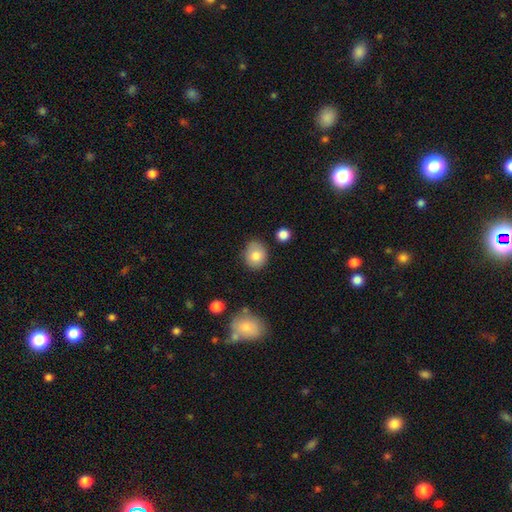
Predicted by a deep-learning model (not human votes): Morphology: type=smooth (82%); roundness=round (69%); merging=none (78%).